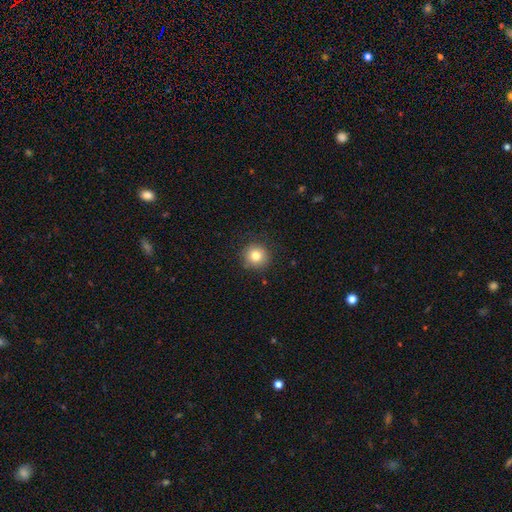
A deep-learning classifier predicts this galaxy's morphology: smooth_or_featured: smooth (p=0.80) [alt: star or artifact p=0.11]
how_rounded: round (p=0.94) [alt: in between p=0.05]
merging: none (p=0.88) [alt: minor disturbance p=0.08]